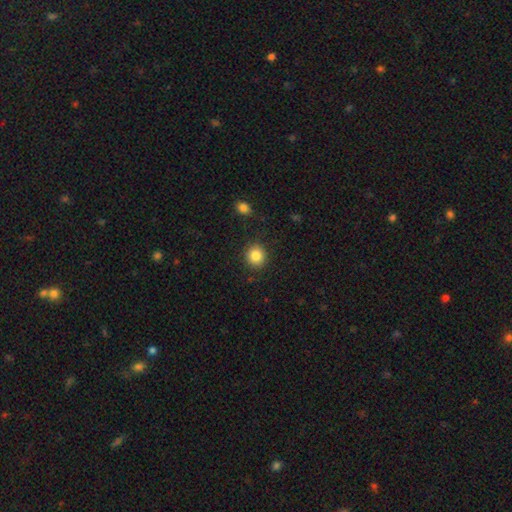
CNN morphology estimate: Smooth or featured? smooth (85%)
How rounded? round (88%)
Merging? none (89%)